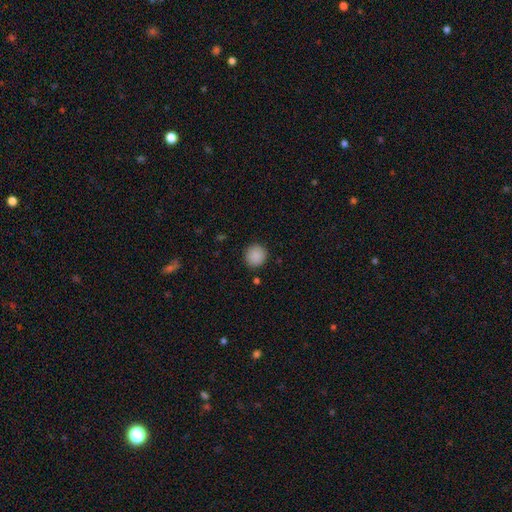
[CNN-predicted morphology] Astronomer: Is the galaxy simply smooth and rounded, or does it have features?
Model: smooth — 89%.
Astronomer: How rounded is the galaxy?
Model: round — 93%.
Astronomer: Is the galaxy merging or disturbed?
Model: none — 90%.